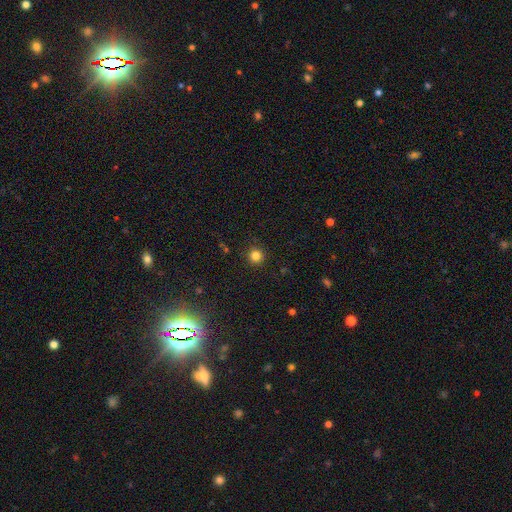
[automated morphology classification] This is clearly a smooth galaxy (83%). How rounded: clearly round (95%). Merging: clearly none (92%).